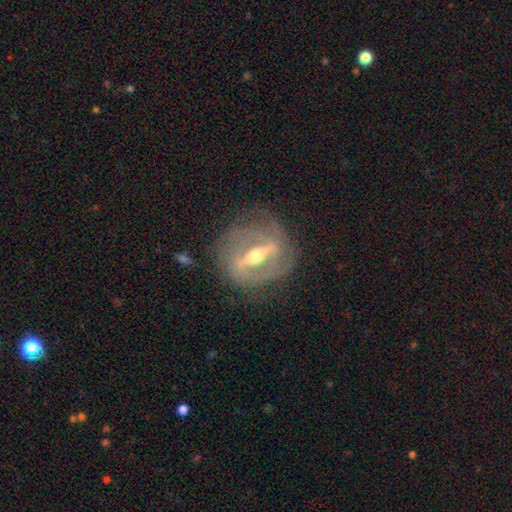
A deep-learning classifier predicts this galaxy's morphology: This is clearly a featured or disk galaxy (85%). It is likely not viewed edge-on (76%). Bar: likely strong (78%). Spiral arm pattern: likely yes (65%). Central bulge: likely moderate (69%). Merging: likely none (76%).